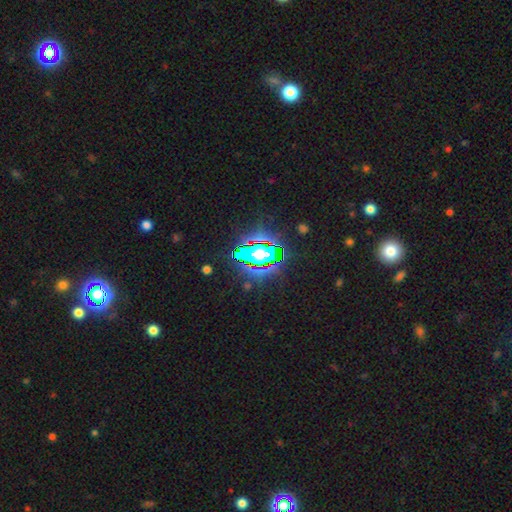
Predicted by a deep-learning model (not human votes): This is clearly a star or artifact rather than a galaxy (82%).